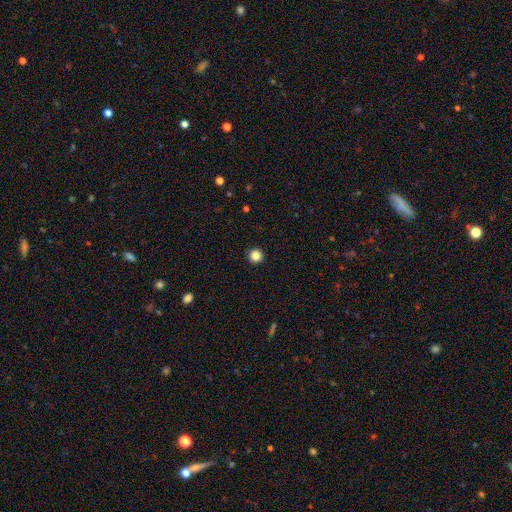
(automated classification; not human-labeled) A smooth galaxy with no disk features (85%) that is round (96%). Merging: none (94%).